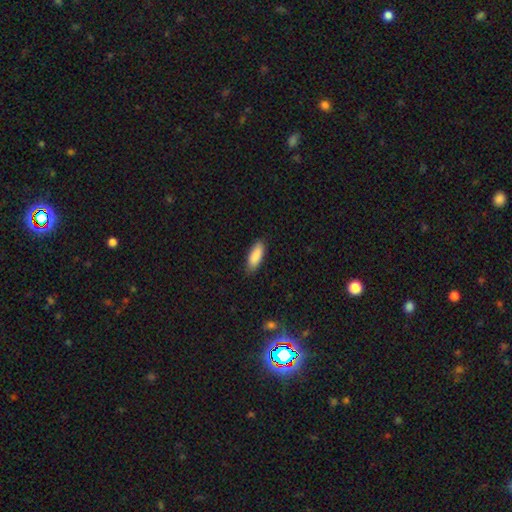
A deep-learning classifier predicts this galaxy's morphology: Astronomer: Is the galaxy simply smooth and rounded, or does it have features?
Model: smooth — 89%.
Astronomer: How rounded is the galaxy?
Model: in between — 71%.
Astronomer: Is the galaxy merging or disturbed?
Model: none — 85%.